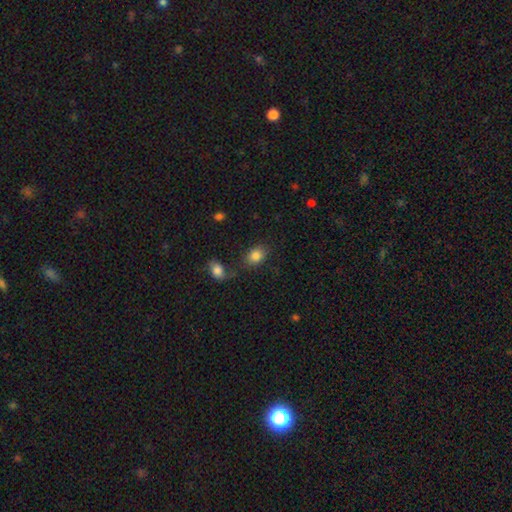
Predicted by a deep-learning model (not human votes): A smooth galaxy with no disk features (83%) that is in between round and cigar-shaped (66%). Merging: none (70%).